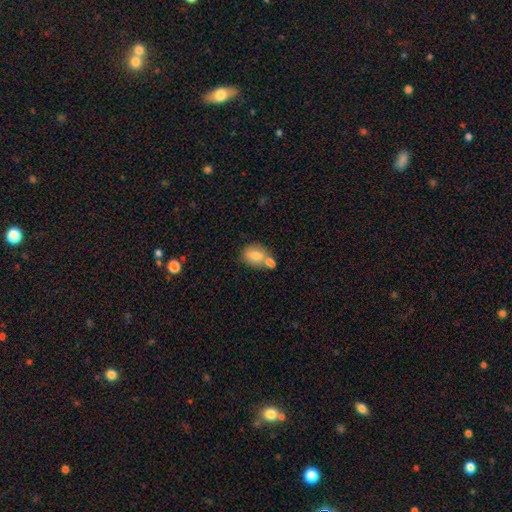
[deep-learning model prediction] A smooth galaxy with no disk features (78%) that is in between round and cigar-shaped (54%).

Vote fractions:
- Smooth or featured? smooth: 78% / featured or disk: 14% / star or artifact: 8%
- How rounded? in between: 54% / round: 45% / cigar-shaped: 1%
- Merging? none: 43% / merger: 40% / minor disturbance: 13% / major disturbance: 4%